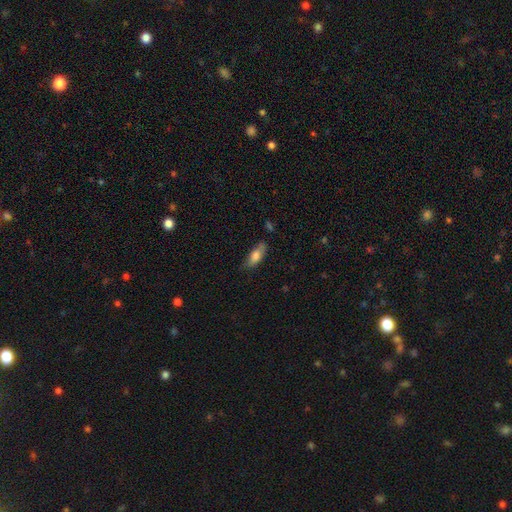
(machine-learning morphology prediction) Smooth or featured?
  - smooth: 75% *
  - featured or disk: 18%
  - star or artifact: 7%
How rounded?
  - in between: 70% *
  - cigar-shaped: 28%
  - round: 2%
Merging?
  - none: 66% *
  - minor disturbance: 25%
  - major disturbance: 6%
  - merger: 4%